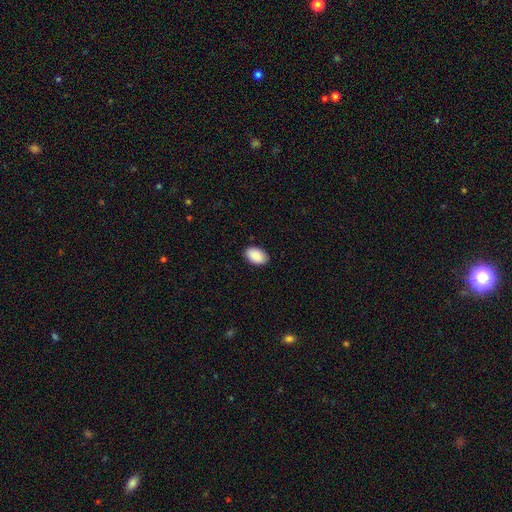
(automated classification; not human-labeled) Morphology: type=smooth (91%); roundness=in between (92%); merging=none (89%).